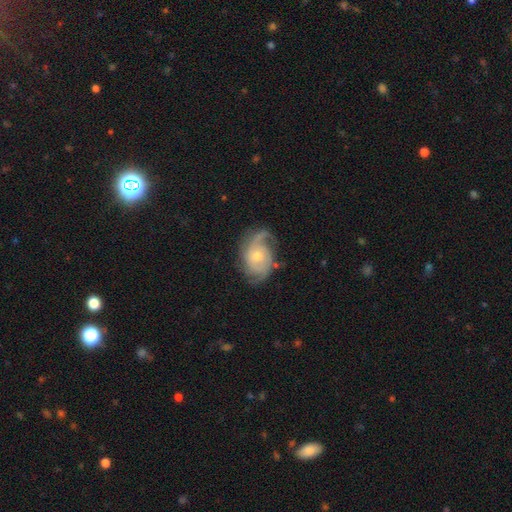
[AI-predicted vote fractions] This is clearly a featured or disk galaxy (83%). It is clearly not viewed edge-on (97%). Bar: likely no (73%). Spiral arm pattern: clearly yes (94%). Spiral arm count: possibly 2 (51%). Spiral winding: marginally medium (40%, tied with tight). Central bulge: possibly moderate (51%). Merging: likely none (65%).